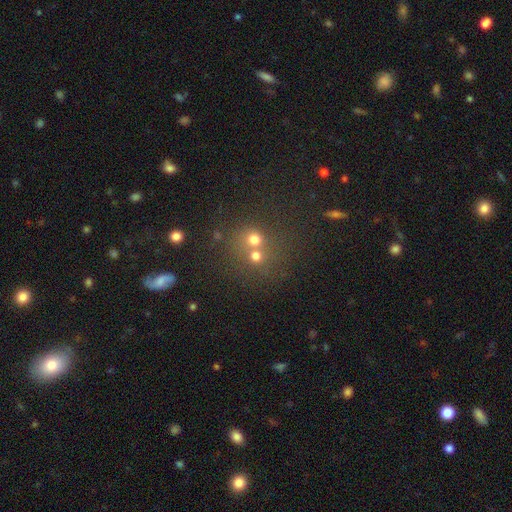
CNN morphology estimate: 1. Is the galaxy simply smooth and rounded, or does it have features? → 66% smooth, 21% star or artifact, 13% featured or disk.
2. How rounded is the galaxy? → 84% round, 15% in between, 1% cigar-shaped.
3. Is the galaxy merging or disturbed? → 45% merger, 44% none, 7% minor disturbance, 4% major disturbance.